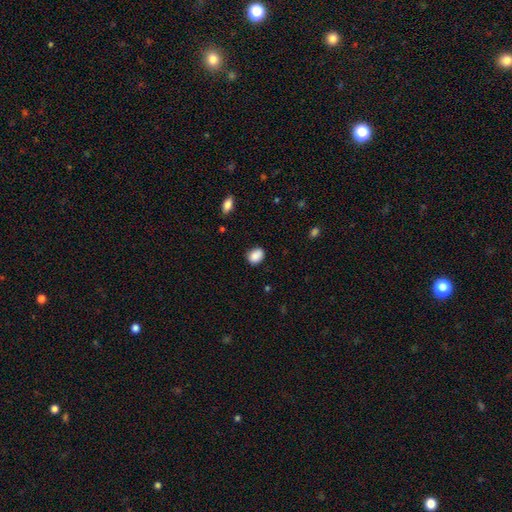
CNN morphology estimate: smooth-or-featured: smooth: 88% | star or artifact: 8% | featured or disk: 4%
  how-rounded: in between: 61% | round: 38% | cigar-shaped: 1%
  merging: none: 79% | minor disturbance: 17% | major disturbance: 3% | merger: 1%